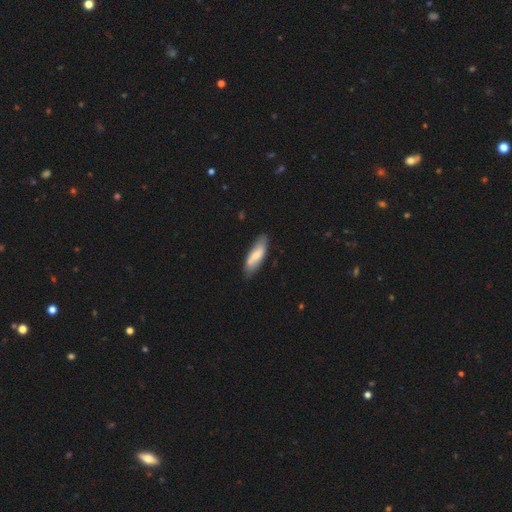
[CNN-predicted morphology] Overall: smooth (62%; featured or disk 32%). How rounded: in between (57%; cigar-shaped 41%). Merging: none (77%).